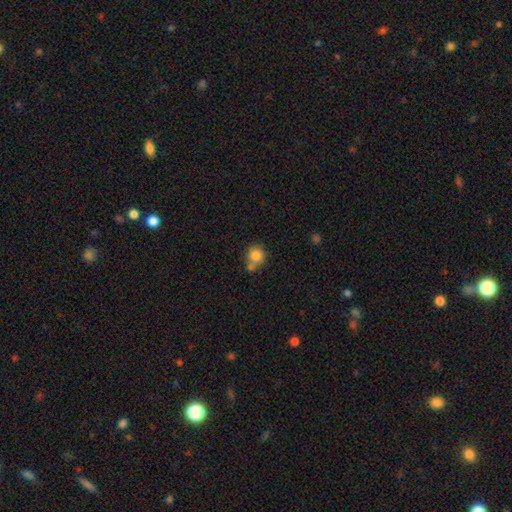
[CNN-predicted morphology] Q: Smooth or featured?
A: smooth (82%); runner-up: star or artifact (10%)
Q: How rounded?
A: round (85%); runner-up: in between (14%)
Q: Merging?
A: none (52%); runner-up: merger (32%)